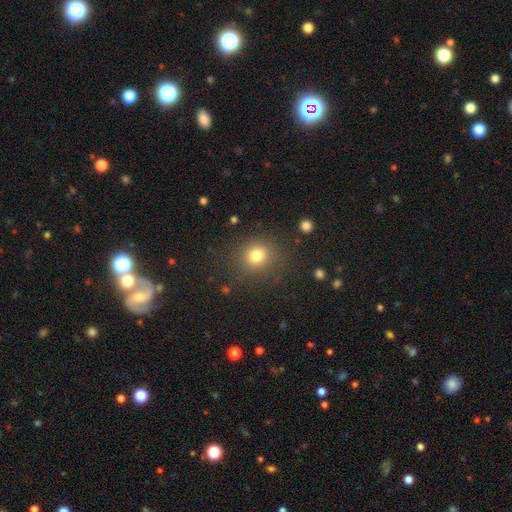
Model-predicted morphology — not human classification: A smooth galaxy with no disk features (79%) that is round (85%). Merging: none (84%).